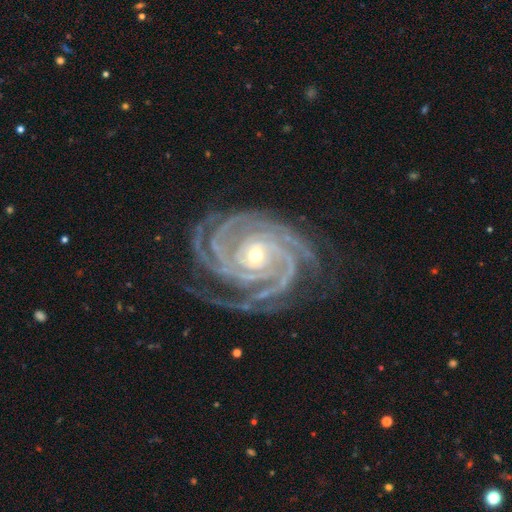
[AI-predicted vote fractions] Q: Smooth or featured?
A: featured or disk (94%); runner-up: star or artifact (4%)
Q: Edge-on disk?
A: no (98%); runner-up: yes (2%)
Q: Bar?
A: no (61%); runner-up: weak (22%)
Q: Spiral arms?
A: yes (99%); runner-up: no (1%)
Q: Spiral winding?
A: tight (83%); runner-up: medium (16%)
Q: Spiral arm count?
A: 4 (31%); runner-up: 3 (23%)
Q: Bulge size?
A: small (51%); runner-up: moderate (46%)
Q: Merging?
A: none (75%); runner-up: minor disturbance (17%)